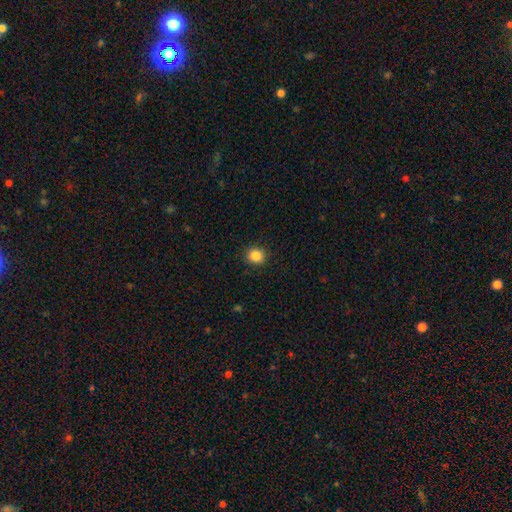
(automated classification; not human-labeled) Overall: smooth (86%). How rounded: round (82%). Merging: none (91%).